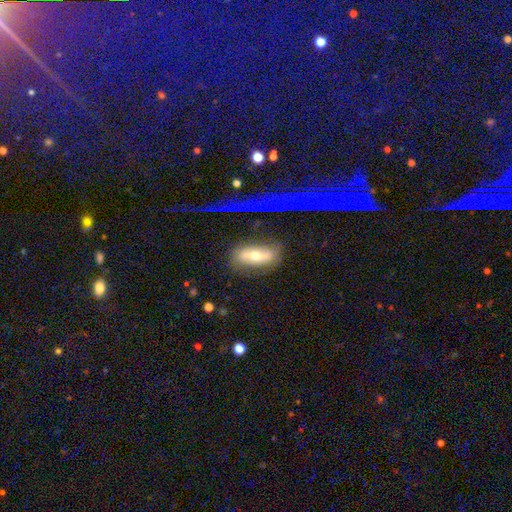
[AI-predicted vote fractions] Smooth or featured?
  - smooth: 51% *
  - featured or disk: 42%
  - star or artifact: 8%
How rounded?
  - in between: 80% *
  - cigar-shaped: 14%
  - round: 5%
Merging?
  - none: 63% *
  - minor disturbance: 18%
  - major disturbance: 14%
  - merger: 6%